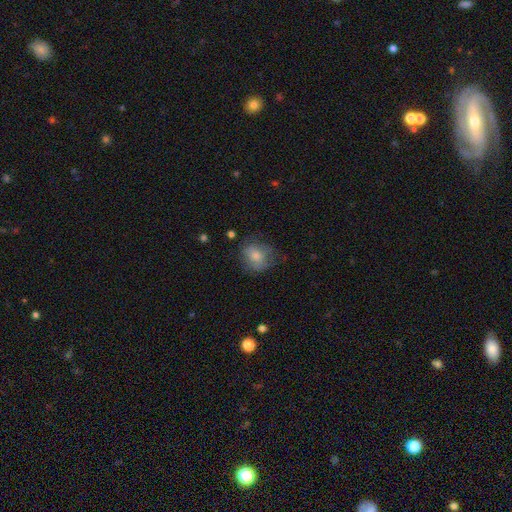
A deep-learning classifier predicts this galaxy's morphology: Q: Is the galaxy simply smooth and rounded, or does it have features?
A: smooth — 66%.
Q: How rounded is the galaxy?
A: round — 68%.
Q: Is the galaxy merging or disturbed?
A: none — 65%.